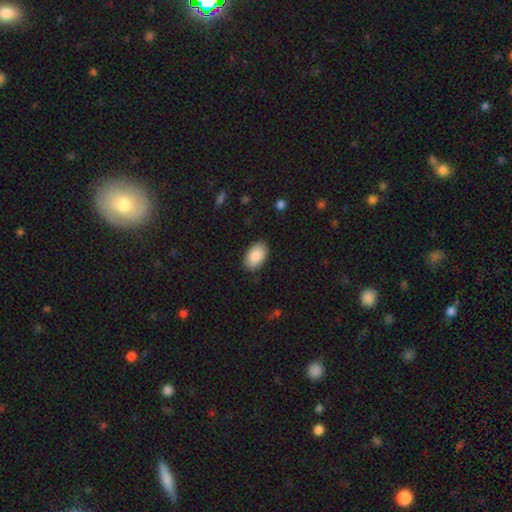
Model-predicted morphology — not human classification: This is clearly a smooth galaxy (89%). How rounded: clearly in between (93%). Merging: clearly none (87%).